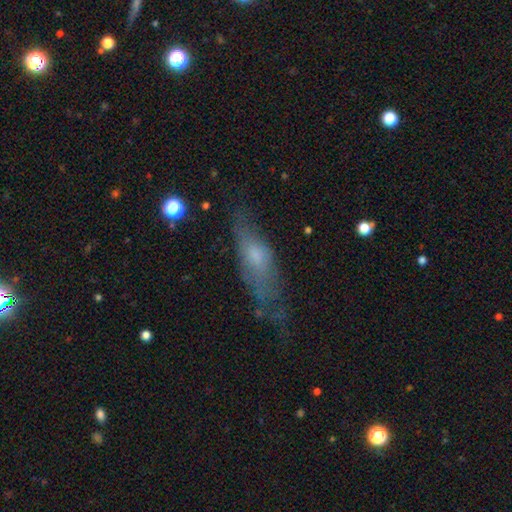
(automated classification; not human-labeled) Overall: smooth (50%; featured or disk 41%). Merging: none (51%; minor disturbance 27%).